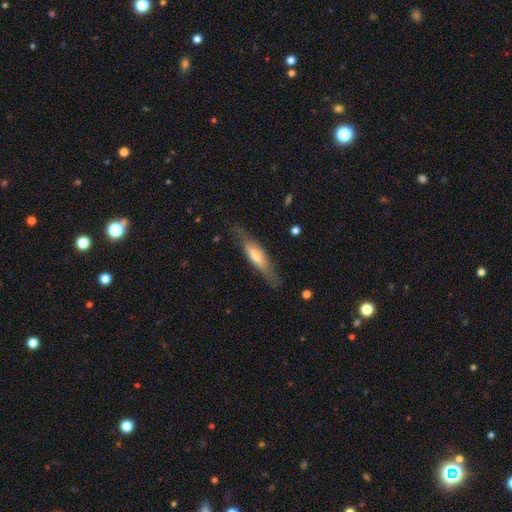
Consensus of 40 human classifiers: A featured or disk galaxy (62%) viewed edge-on (92%) with a rounded central bulge (65%). Merging: none (89%).